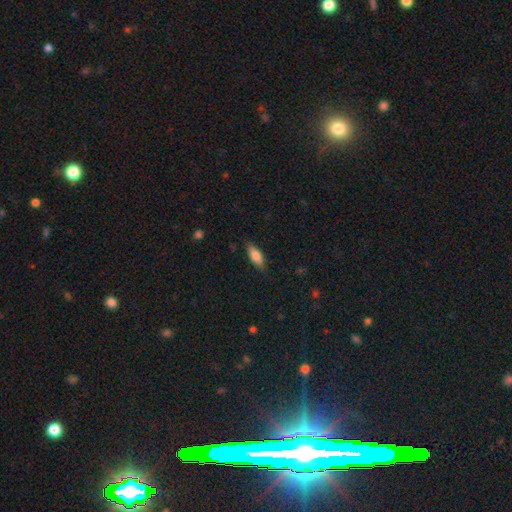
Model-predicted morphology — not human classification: smooth_or_featured: smooth (p=0.80) [alt: featured or disk p=0.14]
how_rounded: in between (p=0.72) [alt: cigar-shaped p=0.26]
merging: none (p=0.82) [alt: minor disturbance p=0.14]